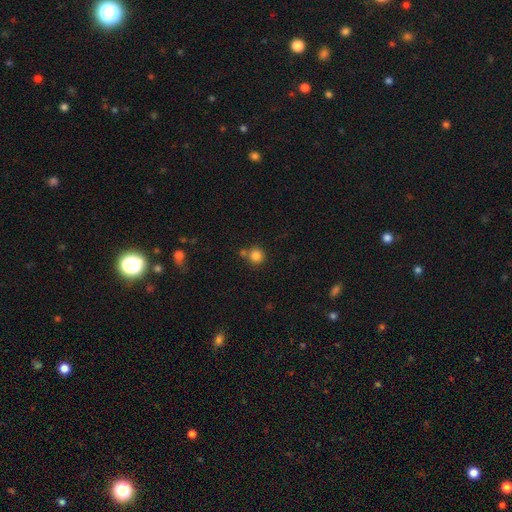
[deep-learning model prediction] Smooth or featured? smooth (84%)
How rounded? round (93%)
Merging? none (68%)